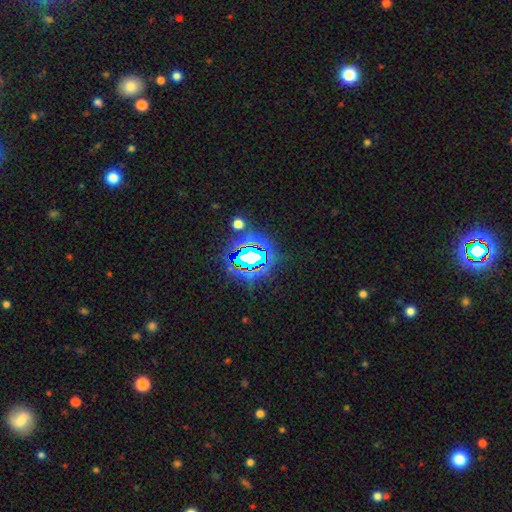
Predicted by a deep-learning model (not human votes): smooth-or-featured: star or artifact: 73% | smooth: 15% | featured or disk: 12%